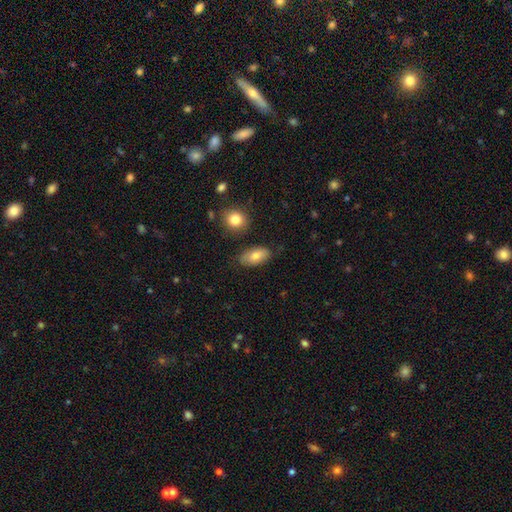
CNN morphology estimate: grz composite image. It shows a smooth galaxy with no disk features (77%) that is in between round and cigar-shaped (91%). Merging: none (81%).